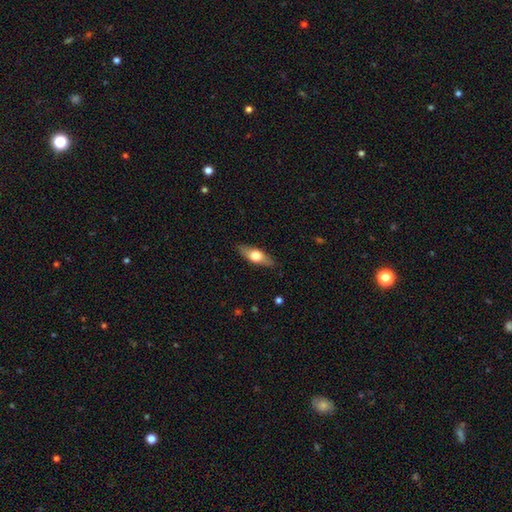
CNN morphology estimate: smooth_or_featured: smooth (p=0.54) [alt: featured or disk p=0.40]
how_rounded: in between (p=0.63) [alt: cigar-shaped p=0.34]
merging: none (p=0.87) [alt: minor disturbance p=0.10]